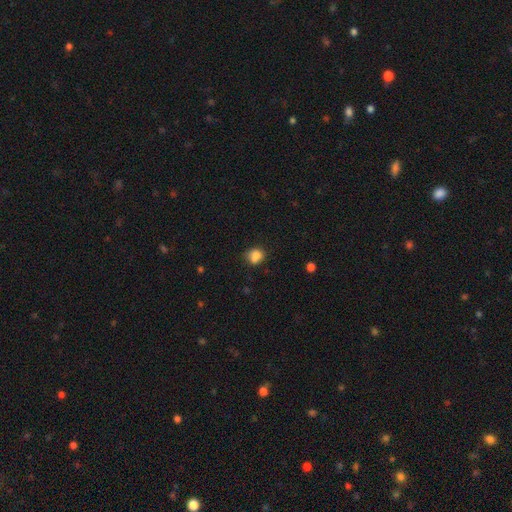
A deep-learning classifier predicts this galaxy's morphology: Q: Smooth or featured?
A: smooth (82%); runner-up: star or artifact (11%)
Q: How rounded?
A: round (63%); runner-up: in between (36%)
Q: Merging?
A: none (57%); runner-up: minor disturbance (27%)